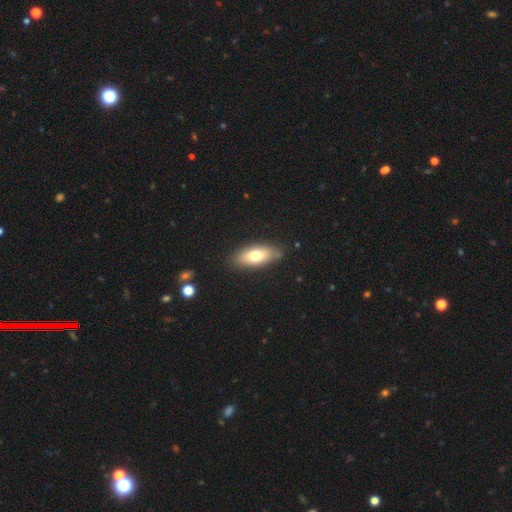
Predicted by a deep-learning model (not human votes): smooth_or_featured: smooth (p=0.70) [alt: featured or disk p=0.24]
how_rounded: in between (p=0.82) [alt: cigar-shaped p=0.15]
merging: none (p=0.83) [alt: minor disturbance p=0.12]